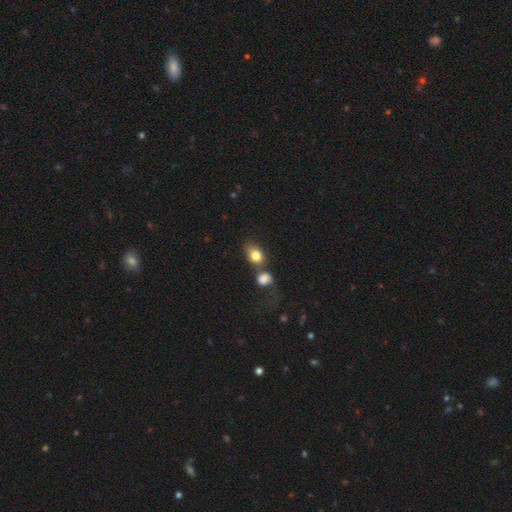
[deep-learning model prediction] Morphology: type=smooth (80%); roundness=in between (66%); merging=merger (41%).